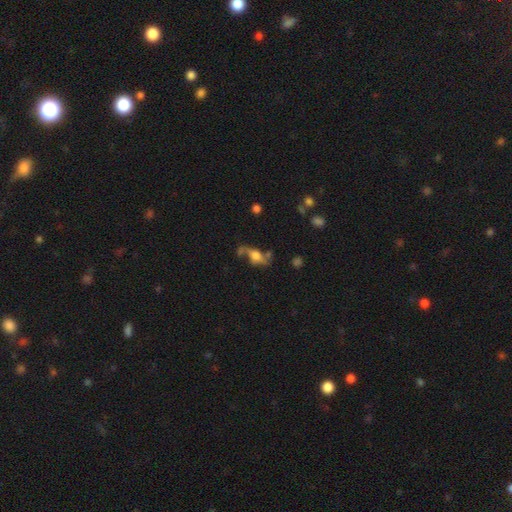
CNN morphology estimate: Smooth or featured: featured or disk — 55% (smooth — 33%)
Edge-on disk: no — 77% (yes — 23%)
Merging: none — 43% (major disturbance — 21%)